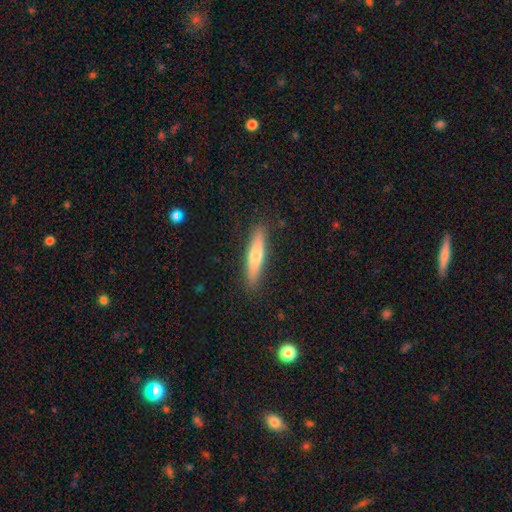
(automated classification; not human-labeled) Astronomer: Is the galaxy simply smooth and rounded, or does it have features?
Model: smooth — 64%.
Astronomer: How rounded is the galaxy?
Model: cigar-shaped — 85%.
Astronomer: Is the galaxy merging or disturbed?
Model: none — 89%.